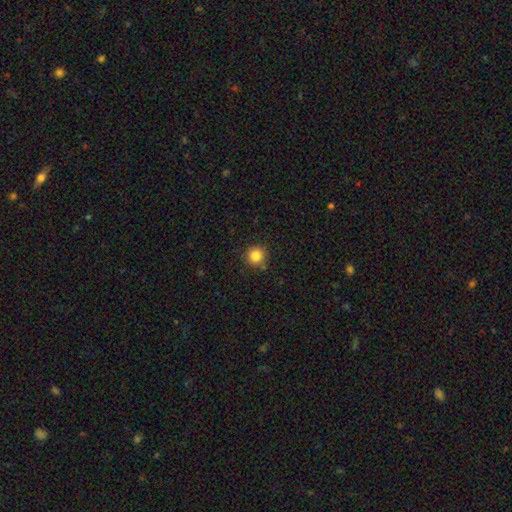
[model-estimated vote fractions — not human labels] Q: Smooth or featured?
A: smooth (85%); runner-up: star or artifact (11%)
Q: How rounded?
A: round (94%); runner-up: in between (5%)
Q: Merging?
A: none (86%); runner-up: minor disturbance (9%)